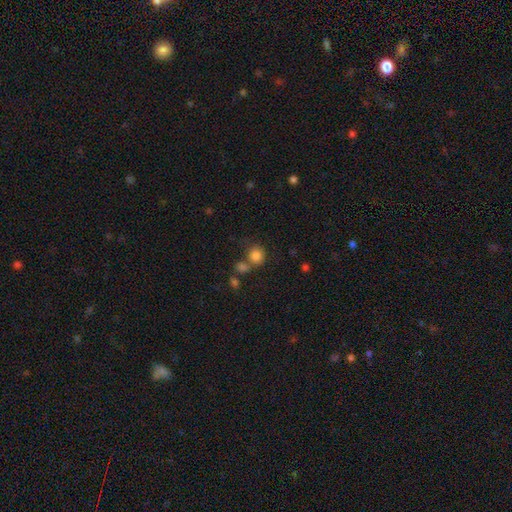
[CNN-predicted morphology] This appears to be a smooth galaxy with no disk features (83%) that is round (85%). Merging: none (60%).